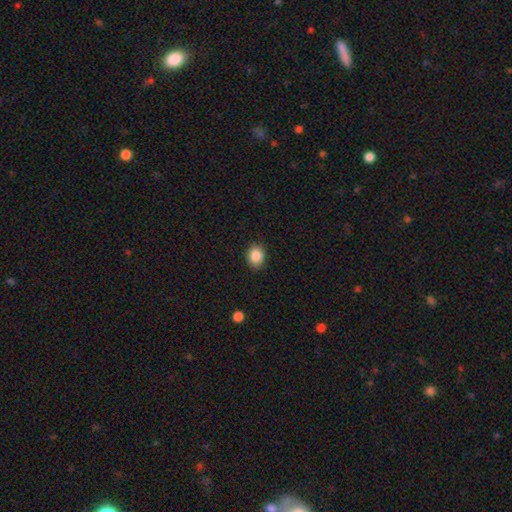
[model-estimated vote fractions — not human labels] Smooth or featured?
  - smooth: 87% *
  - star or artifact: 9%
  - featured or disk: 4%
How rounded?
  - round: 56% *
  - in between: 43%
  - cigar-shaped: 1%
Merging?
  - none: 89% *
  - minor disturbance: 8%
  - major disturbance: 2%
  - merger: 1%